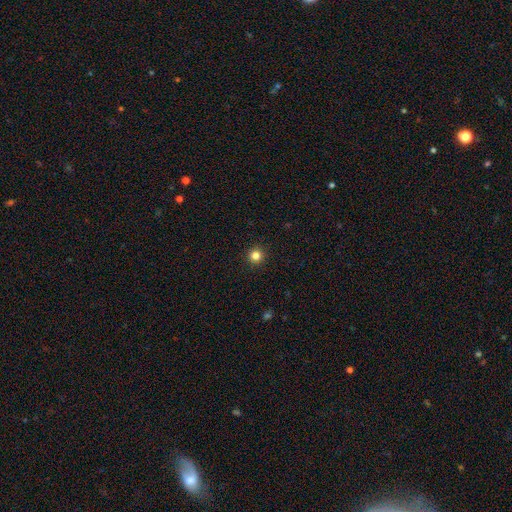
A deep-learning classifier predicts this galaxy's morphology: A smooth galaxy with no disk features (83%) that is round (96%). Merging: none (93%).